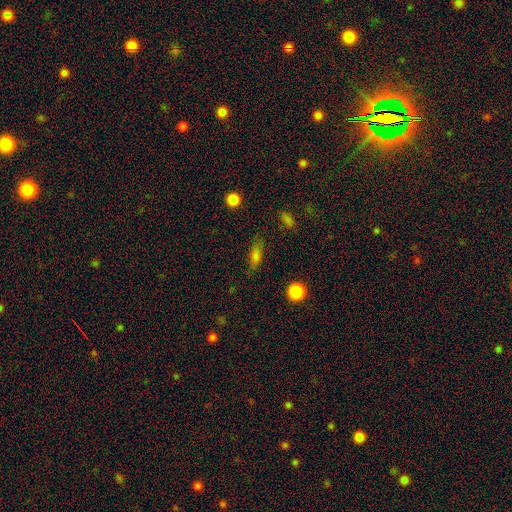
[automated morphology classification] type=smooth (77%); roundness=in between (66%); merging=none (80%).